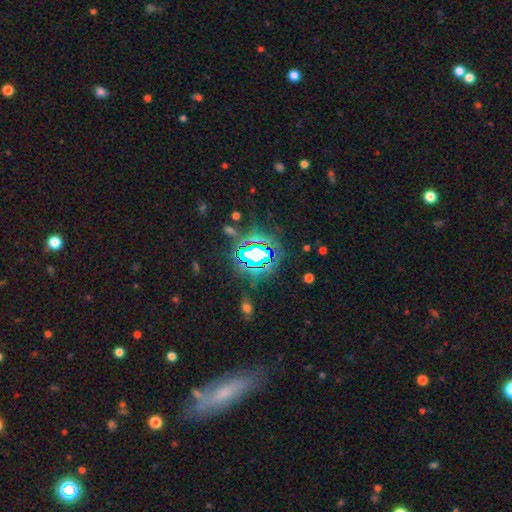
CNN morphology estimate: A star or artifact, not a galaxy (75%).

Vote fractions:
- Smooth or featured? star or artifact: 75% / smooth: 14% / featured or disk: 11%